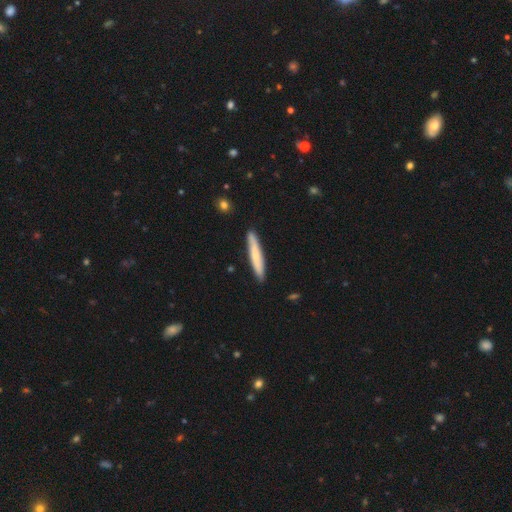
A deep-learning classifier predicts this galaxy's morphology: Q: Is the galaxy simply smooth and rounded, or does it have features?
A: smooth — 64%.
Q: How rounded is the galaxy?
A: cigar-shaped — 94%.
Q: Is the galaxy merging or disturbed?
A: none — 88%.